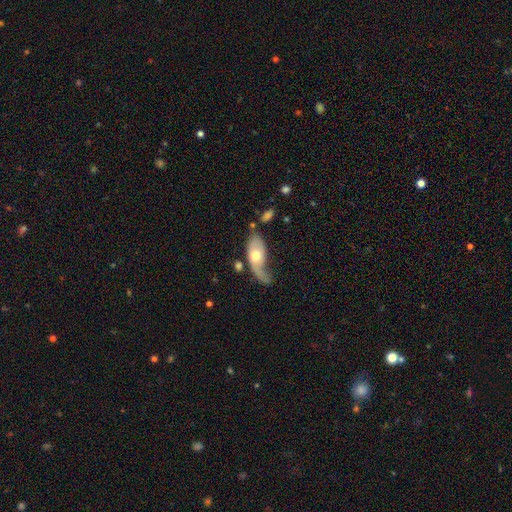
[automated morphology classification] Overall: smooth (50%; featured or disk 44%). How rounded: in between (83%). Merging: major disturbance (37%; minor disturbance 26%).